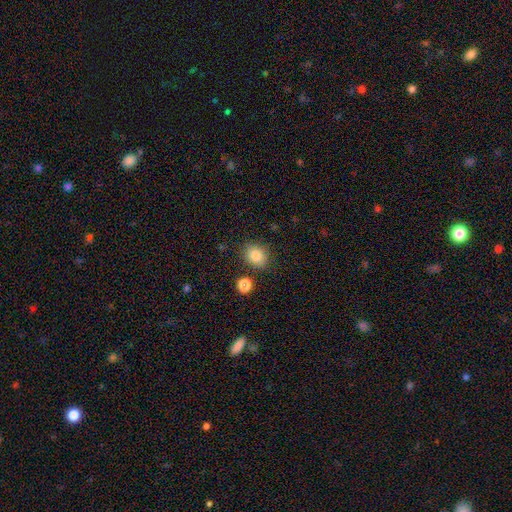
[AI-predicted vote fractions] Smooth or featured? Predicted: smooth (p=0.85). How rounded? Predicted: round (p=0.58). Merging? Predicted: none (p=0.82).